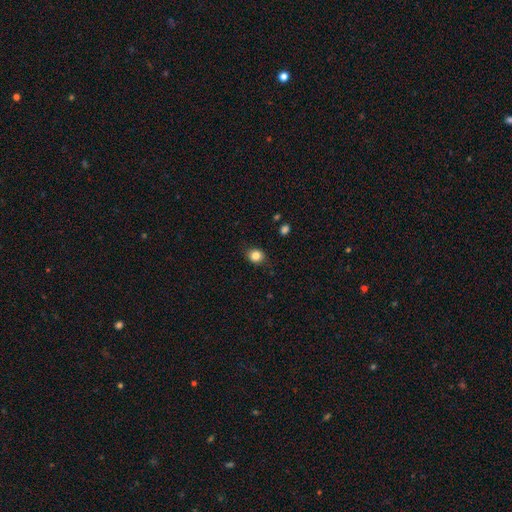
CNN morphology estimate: type=smooth (84%); roundness=round (70%); merging=none (84%).